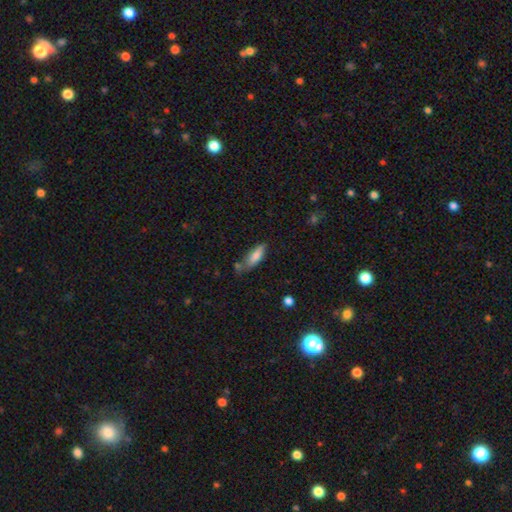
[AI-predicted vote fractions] smooth-or-featured: smooth: 78% | featured or disk: 15% | star or artifact: 7%
  how-rounded: in between: 58% | cigar-shaped: 40% | round: 2%
  merging: none: 57% | minor disturbance: 26% | merger: 10% | major disturbance: 6%